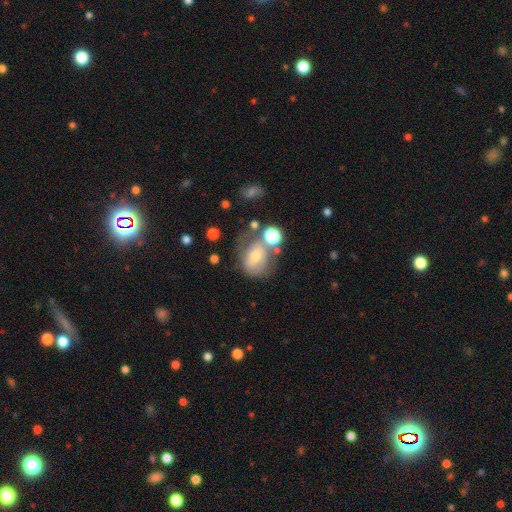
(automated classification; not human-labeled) smooth_or_featured: smooth (p=0.50) [alt: featured or disk p=0.36]
how_rounded: round (p=0.53) [alt: in between p=0.46]
merging: none (p=0.38) [alt: minor disturbance p=0.23]